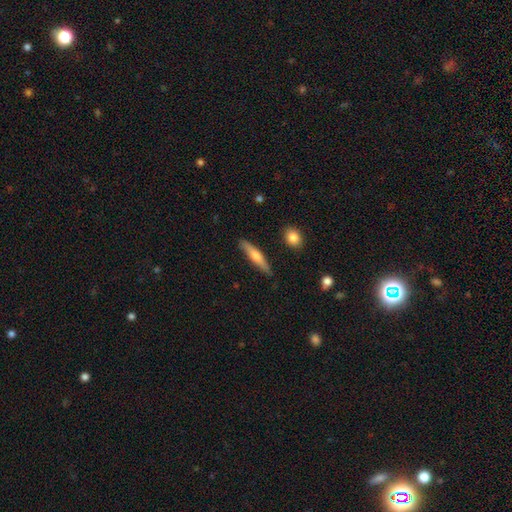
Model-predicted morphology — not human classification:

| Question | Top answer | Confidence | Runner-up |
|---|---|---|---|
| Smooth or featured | smooth | 58% | featured or disk (36%) |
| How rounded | cigar-shaped | 85% | in between (13%) |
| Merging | none | 87% | minor disturbance (10%) |